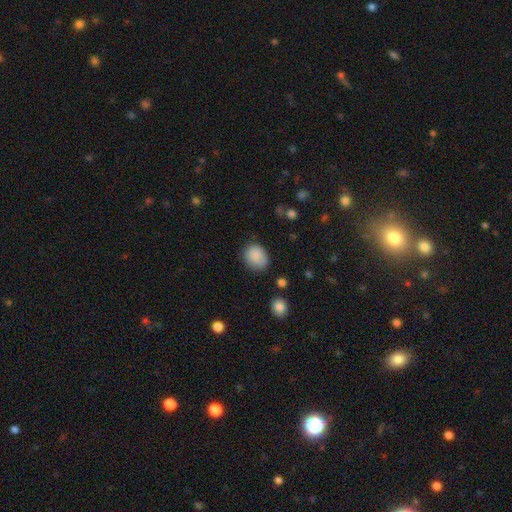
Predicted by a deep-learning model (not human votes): Smooth or featured?
  - smooth: 87% *
  - star or artifact: 8%
  - featured or disk: 5%
How rounded?
  - round: 61% *
  - in between: 38%
  - cigar-shaped: 1%
Merging?
  - none: 76% *
  - minor disturbance: 18%
  - major disturbance: 5%
  - merger: 2%